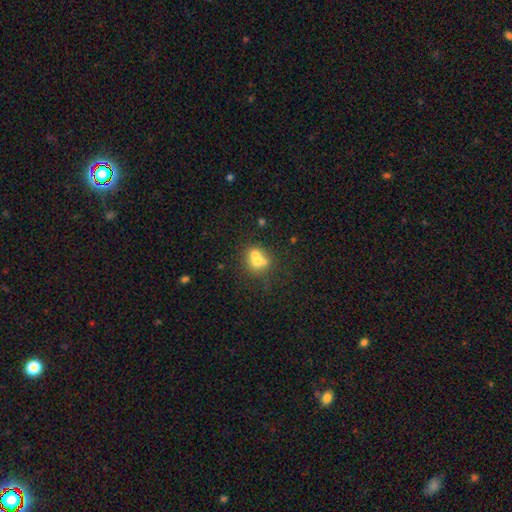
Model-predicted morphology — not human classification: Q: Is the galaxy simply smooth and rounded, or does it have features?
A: smooth — 63%.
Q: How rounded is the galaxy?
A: round — 65%.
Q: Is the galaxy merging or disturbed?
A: merger — 52%.